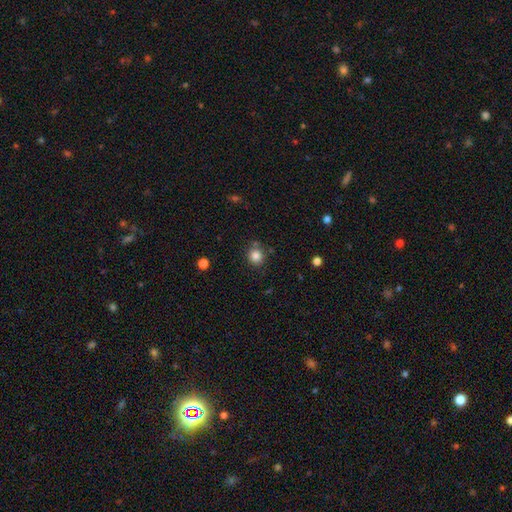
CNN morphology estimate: The model was most divided on "merging": none: 79%, minor disturbance: 12%, merger: 6%, major disturbance: 3%. More confident: how rounded — round (87%); smooth or featured — smooth (83%).